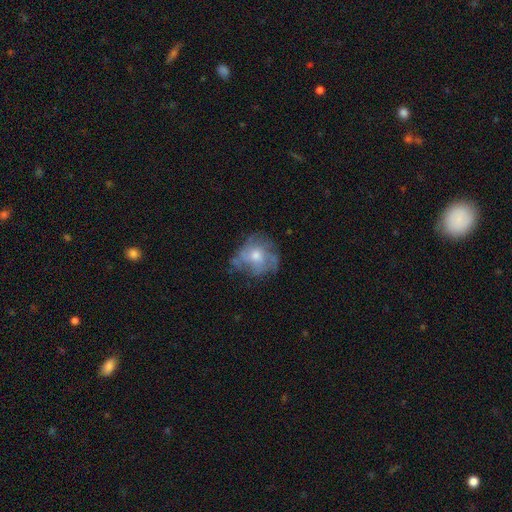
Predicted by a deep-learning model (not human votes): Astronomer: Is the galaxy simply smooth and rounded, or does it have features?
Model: featured or disk — 55% (runner-up: smooth, 34%).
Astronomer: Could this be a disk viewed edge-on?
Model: no — 96%.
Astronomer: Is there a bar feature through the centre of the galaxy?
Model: no — 84%.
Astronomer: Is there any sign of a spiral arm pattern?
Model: yes — 51% (runner-up: no, 49%).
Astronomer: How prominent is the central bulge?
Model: moderate — 65%.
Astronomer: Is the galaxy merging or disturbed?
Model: none — 58%.